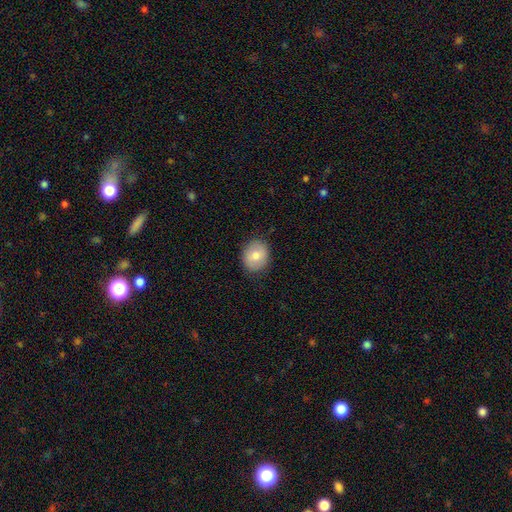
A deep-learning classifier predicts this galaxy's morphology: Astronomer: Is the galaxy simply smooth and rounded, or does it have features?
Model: smooth — 77%.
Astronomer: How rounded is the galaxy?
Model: round — 61% (runner-up: in between, 38%).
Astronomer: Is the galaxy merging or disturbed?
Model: none — 86%.